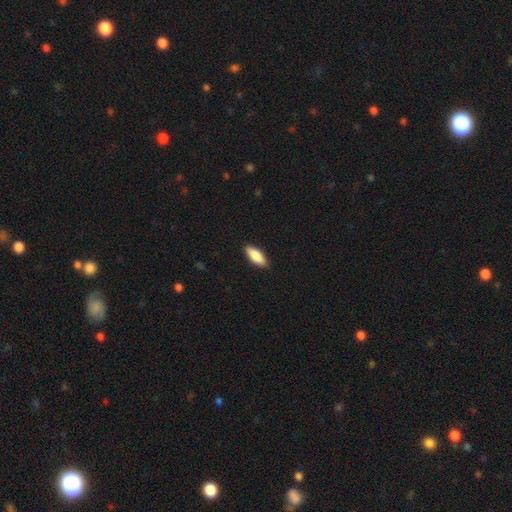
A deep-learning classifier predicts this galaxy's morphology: A smooth galaxy with no disk features (85%) that is in between round and cigar-shaped (74%). Merging: none (89%).